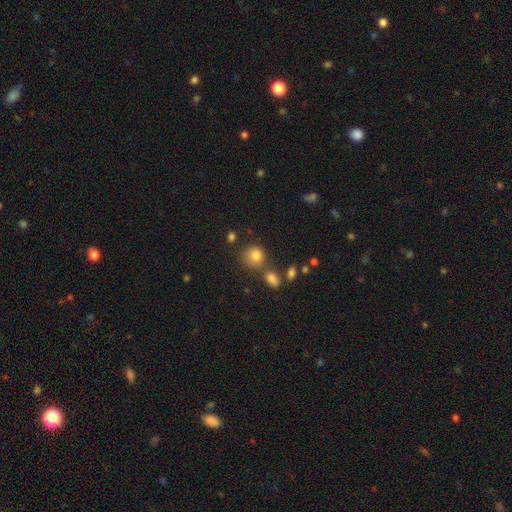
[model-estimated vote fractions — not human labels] smooth_or_featured: smooth (p=0.81) [alt: star or artifact p=0.11]
how_rounded: round (p=0.77) [alt: in between p=0.21]
merging: none (p=0.60) [alt: merger p=0.18]